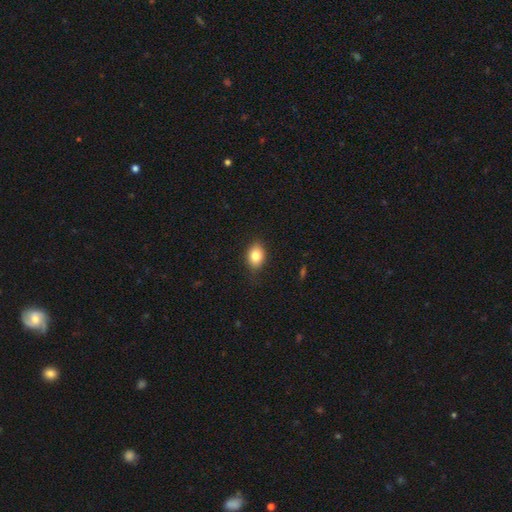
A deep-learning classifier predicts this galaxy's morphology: Smooth or featured?
  - smooth: 83% *
  - star or artifact: 9%
  - featured or disk: 9%
How rounded?
  - in between: 72% *
  - round: 26%
  - cigar-shaped: 1%
Merging?
  - none: 82% *
  - minor disturbance: 14%
  - major disturbance: 3%
  - merger: 1%